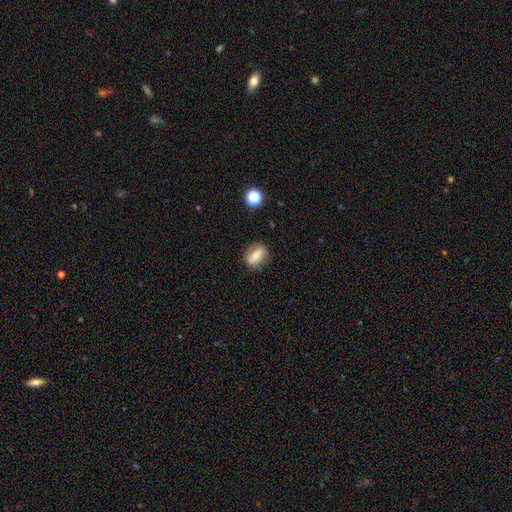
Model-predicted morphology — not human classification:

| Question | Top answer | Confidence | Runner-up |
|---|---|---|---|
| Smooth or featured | smooth | 59% | featured or disk (32%) |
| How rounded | in between | 69% | round (25%) |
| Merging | none | 80% | minor disturbance (14%) |